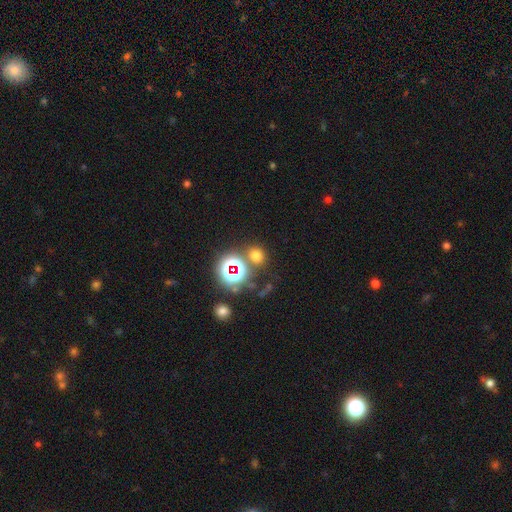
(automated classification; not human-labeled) A smooth galaxy with no disk features (65%) that is round (76%).

Vote fractions:
- Smooth or featured? smooth: 65% / star or artifact: 28% / featured or disk: 7%
- How rounded? round: 76% / in between: 23% / cigar-shaped: 1%
- Merging? none: 72% / merger: 14% / minor disturbance: 9% / major disturbance: 4%